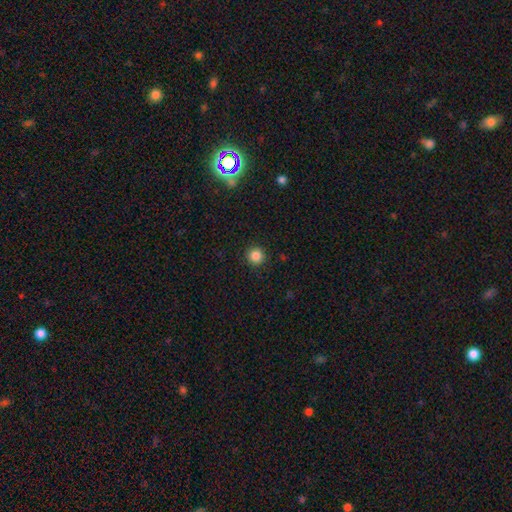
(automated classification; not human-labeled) Smooth or featured?
  - smooth: 86% *
  - star or artifact: 11%
  - featured or disk: 3%
How rounded?
  - round: 96% *
  - in between: 4%
  - cigar-shaped: 1%
Merging?
  - none: 92% *
  - minor disturbance: 5%
  - major disturbance: 2%
  - merger: 1%